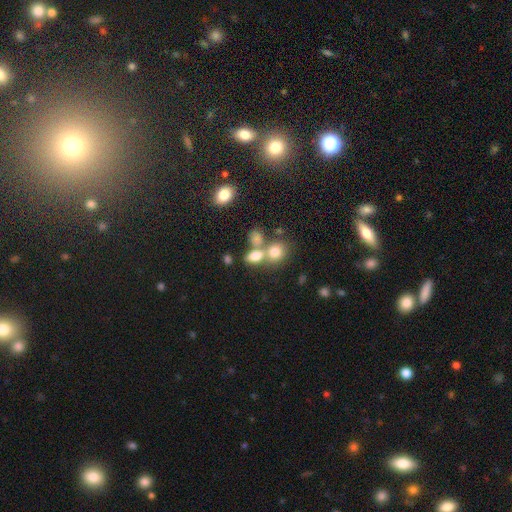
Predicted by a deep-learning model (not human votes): The model was most divided on "merging": merger: 46%, none: 38%, minor disturbance: 10%, major disturbance: 6%. More confident: smooth or featured — smooth (74%); how rounded — in between (68%).